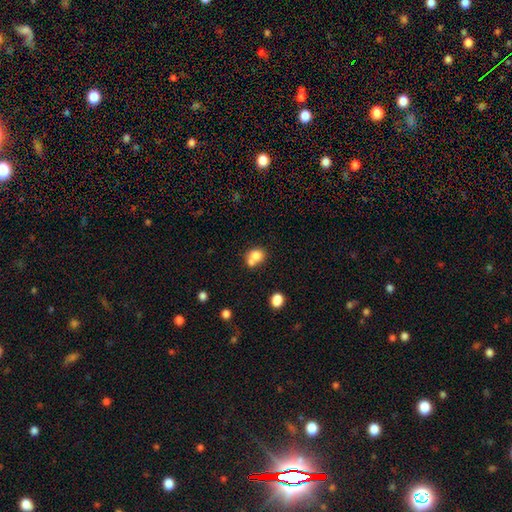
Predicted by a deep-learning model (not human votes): Morphology: type=smooth (76%); roundness=round (68%); merging=merger (53%).